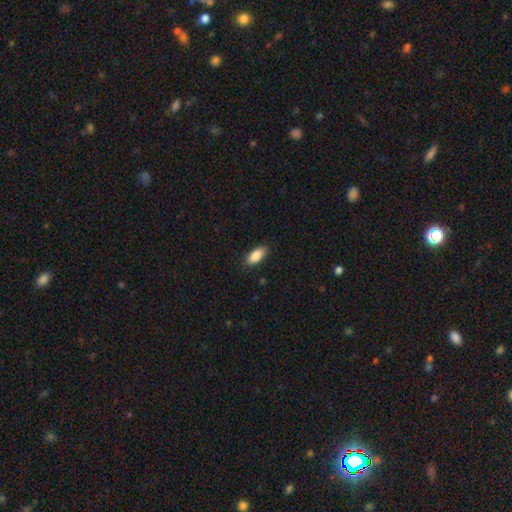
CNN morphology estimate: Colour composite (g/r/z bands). It shows a smooth galaxy with no disk features (87%) that is in between round and cigar-shaped (89%). Merging: none (85%).